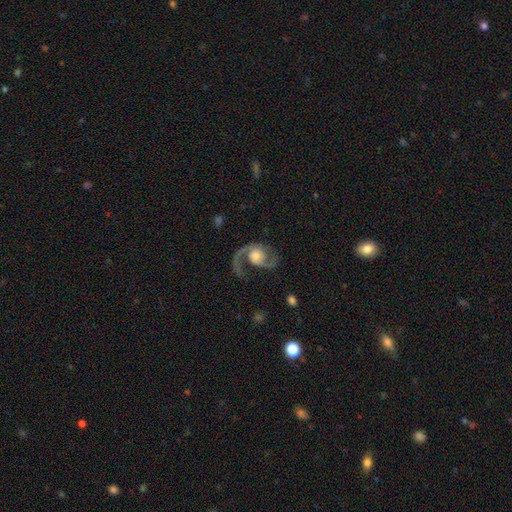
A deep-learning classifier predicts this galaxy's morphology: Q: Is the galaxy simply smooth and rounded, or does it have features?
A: featured or disk — 90%.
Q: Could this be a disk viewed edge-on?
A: no — 98%.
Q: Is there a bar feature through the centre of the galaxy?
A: no — 69%.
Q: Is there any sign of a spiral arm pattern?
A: yes — 97%.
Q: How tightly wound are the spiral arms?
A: medium — 48%.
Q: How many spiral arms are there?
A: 2 — 85%.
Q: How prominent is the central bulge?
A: moderate — 46%.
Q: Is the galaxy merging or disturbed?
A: none — 66%.